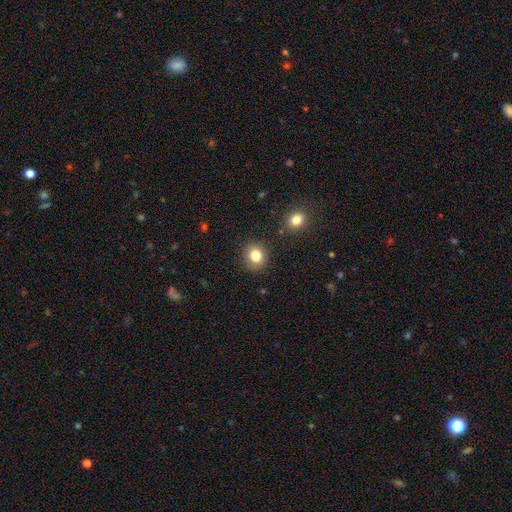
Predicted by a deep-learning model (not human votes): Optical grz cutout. It shows a smooth galaxy with no disk features (82%) that is round (80%). Merging: none (86%).